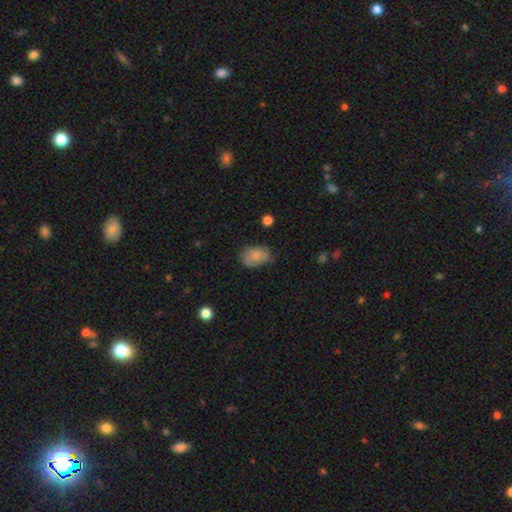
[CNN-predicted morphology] A smooth galaxy with no disk features (78%) that is in between round and cigar-shaped (83%). Merging: none (57%).